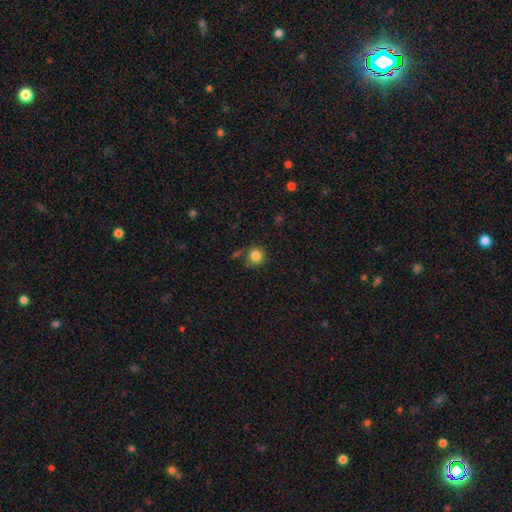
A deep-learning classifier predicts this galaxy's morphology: Smooth or featured? smooth (83%)
How rounded? round (92%)
Merging? none (78%)